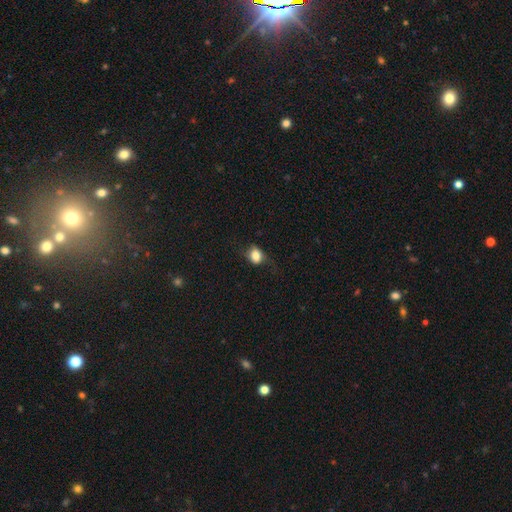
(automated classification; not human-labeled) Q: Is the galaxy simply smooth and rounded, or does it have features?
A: smooth — 79%.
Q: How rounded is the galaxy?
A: in between — 50%.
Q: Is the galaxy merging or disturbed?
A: none — 63%.